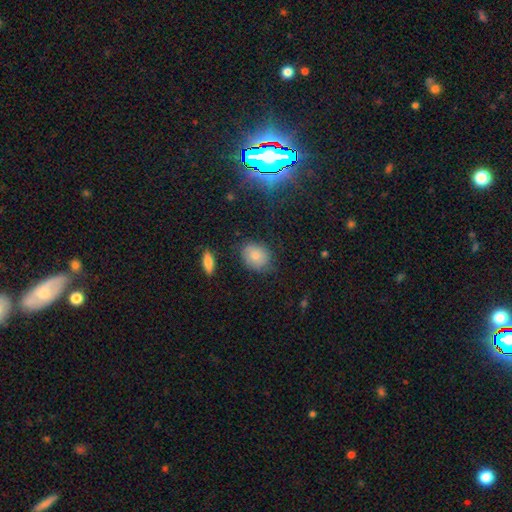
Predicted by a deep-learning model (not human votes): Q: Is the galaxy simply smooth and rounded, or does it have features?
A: smooth — 81%.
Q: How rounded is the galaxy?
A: round — 52%.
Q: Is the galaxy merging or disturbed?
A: none — 75%.